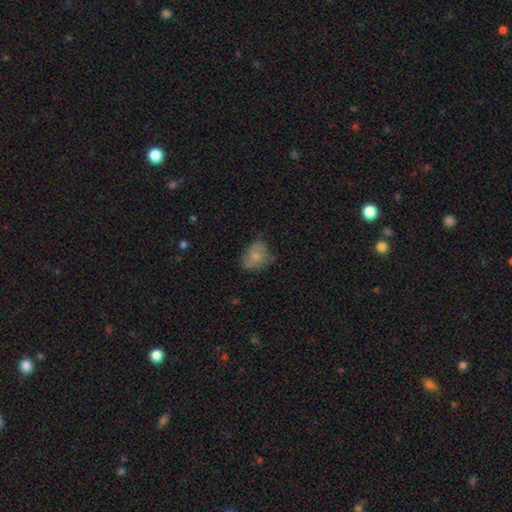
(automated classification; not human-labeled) Smooth or featured? Predicted: smooth (p=0.73). How rounded? Predicted: in between (p=0.56). Merging? Predicted: none (p=0.55).